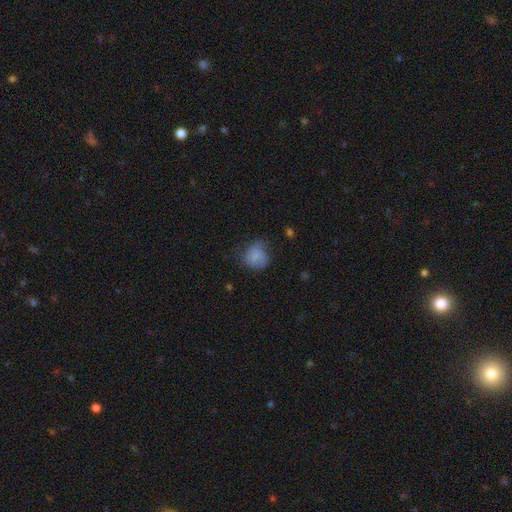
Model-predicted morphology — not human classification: A smooth galaxy with no disk features (69%) that is round (69%). Merging: none (45%).